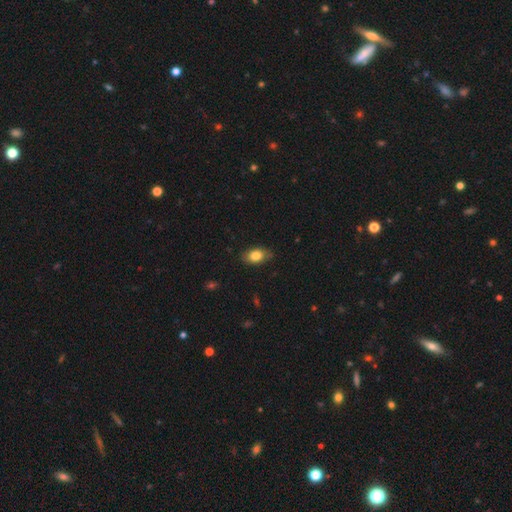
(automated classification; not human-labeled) Overall: smooth (82%). How rounded: in between (88%). Merging: none (82%).